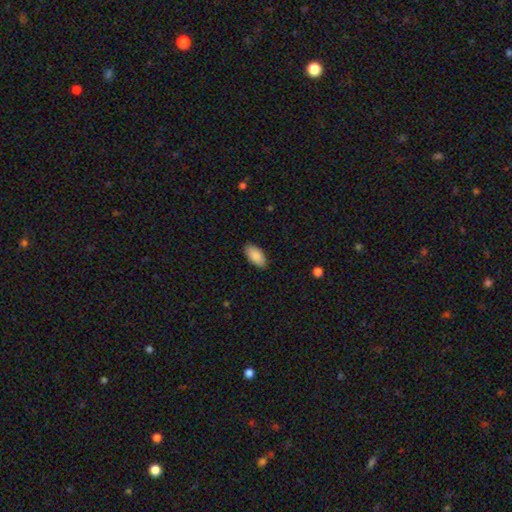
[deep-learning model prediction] Q: Smooth or featured?
A: smooth (89%); runner-up: star or artifact (6%)
Q: How rounded?
A: in between (94%); runner-up: cigar-shaped (4%)
Q: Merging?
A: none (87%); runner-up: minor disturbance (10%)